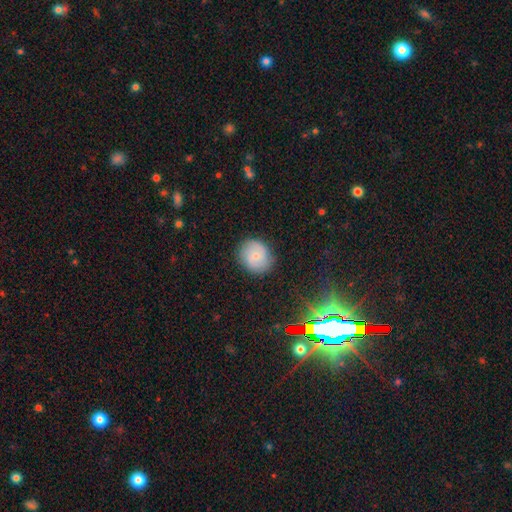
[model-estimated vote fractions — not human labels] smooth_or_featured: smooth (p=0.56) [alt: featured or disk p=0.34]
how_rounded: round (p=0.81) [alt: in between p=0.18]
merging: none (p=0.84) [alt: minor disturbance p=0.12]